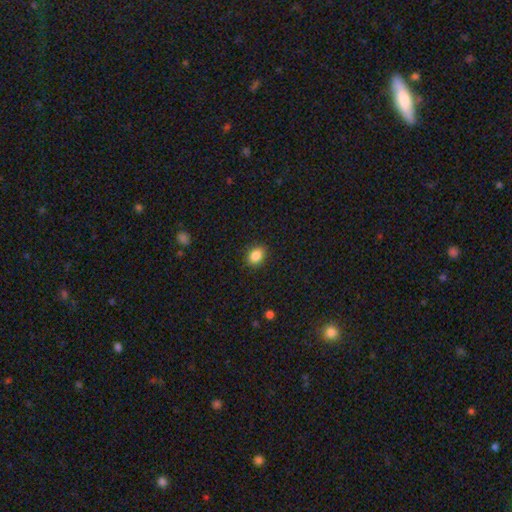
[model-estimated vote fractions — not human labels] Overall: smooth (87%). How rounded: in between (63%; round 36%). Merging: none (88%).